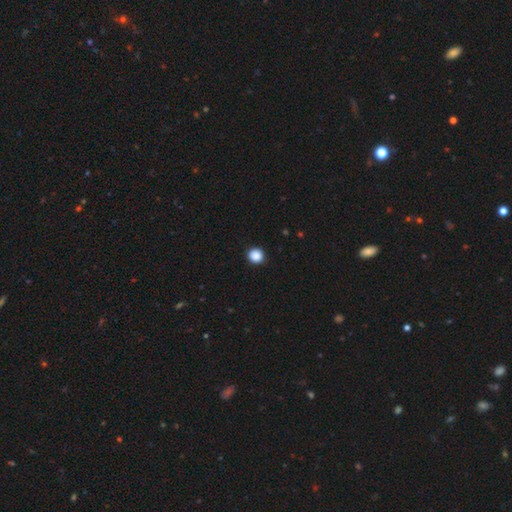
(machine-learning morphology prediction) Q: Smooth or featured?
A: smooth (88%); runner-up: star or artifact (10%)
Q: How rounded?
A: round (93%); runner-up: in between (6%)
Q: Merging?
A: none (93%); runner-up: minor disturbance (4%)